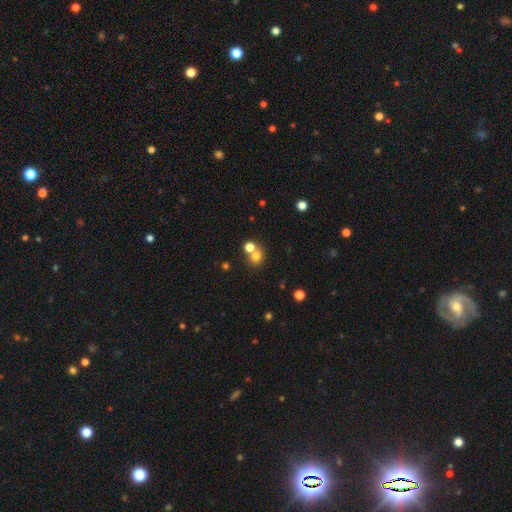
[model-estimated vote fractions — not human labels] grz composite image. It shows a smooth galaxy with no disk features (73%) that is round (79%). Merging: none (50%).